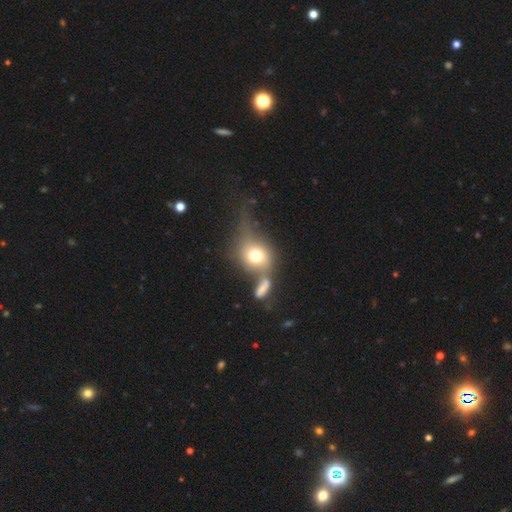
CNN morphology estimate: Smooth or featured: smooth — 62% (featured or disk — 26%)
How rounded: round — 56% (in between — 40%)
Merging: none — 34% (merger — 30%)